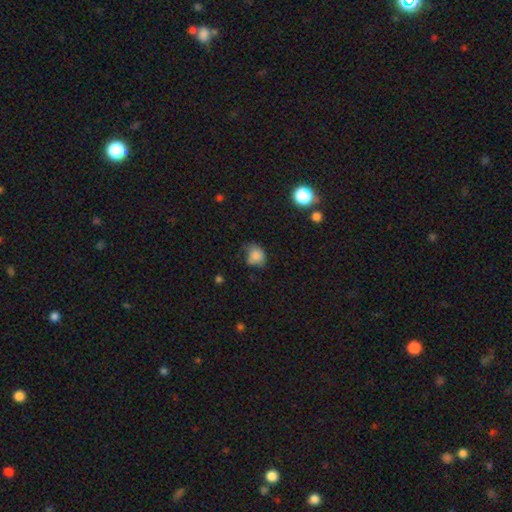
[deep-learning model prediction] A smooth galaxy with no disk features (81%) that is round (55%).

Vote fractions:
- Smooth or featured? smooth: 81% / star or artifact: 11% / featured or disk: 8%
- How rounded? round: 55% / in between: 44% / cigar-shaped: 1%
- Merging? none: 45% / minor disturbance: 37% / major disturbance: 14% / merger: 4%